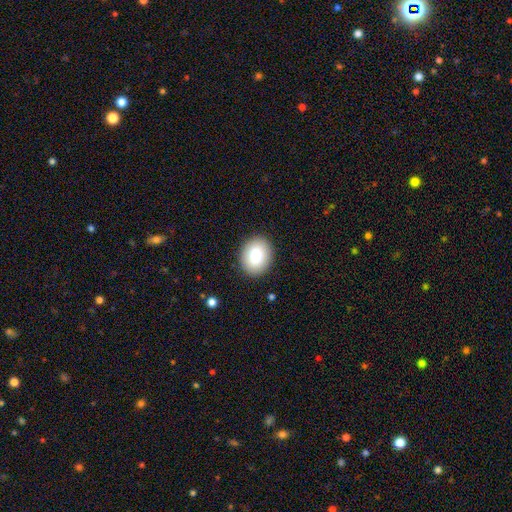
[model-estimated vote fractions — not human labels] This appears to be a smooth galaxy with no disk features (85%) that is in between round and cigar-shaped (60%). Merging: none (89%).